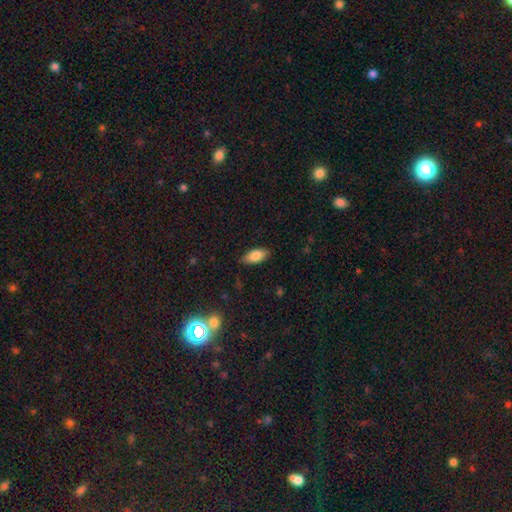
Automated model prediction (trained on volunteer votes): Smooth or featured: smooth — 83% (featured or disk — 9%)
How rounded: in between — 89% (cigar-shaped — 8%)
Merging: none — 84% (minor disturbance — 12%)